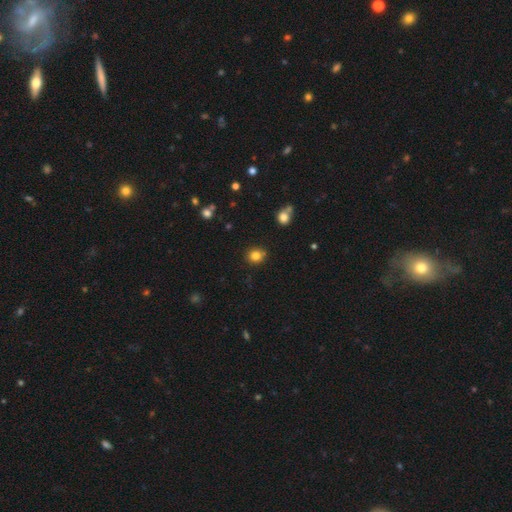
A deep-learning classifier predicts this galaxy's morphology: Q: Smooth or featured?
A: smooth (83%); runner-up: star or artifact (12%)
Q: How rounded?
A: round (81%); runner-up: in between (18%)
Q: Merging?
A: none (84%); runner-up: minor disturbance (10%)